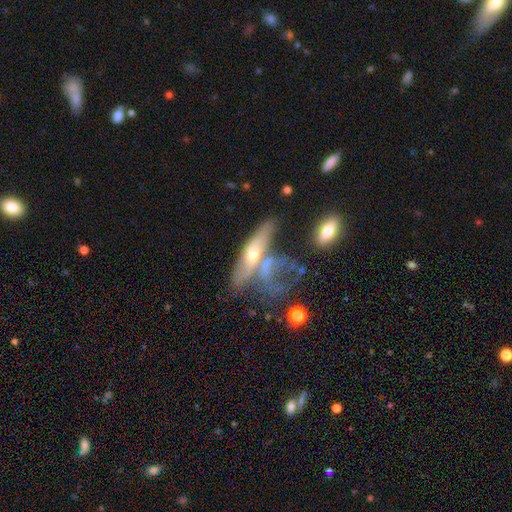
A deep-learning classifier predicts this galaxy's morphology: smooth_or_featured: featured or disk (p=0.60) [alt: smooth p=0.28]
disk_edge_on: yes (p=0.58) [alt: no p=0.42]
merging: none (p=0.32) [alt: merger p=0.31]